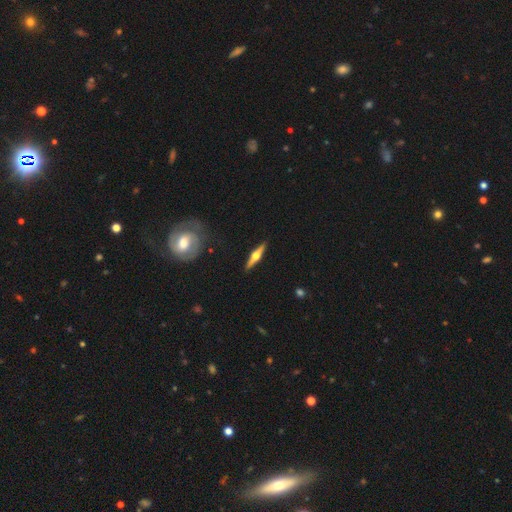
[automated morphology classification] smooth_or_featured: featured or disk (p=0.72) [alt: smooth p=0.23]
disk_edge_on: yes (p=0.97) [alt: no p=0.03]
edge_on_bulge: rounded (p=0.95) [alt: boxy p=0.03]
merging: none (p=0.90) [alt: minor disturbance p=0.07]